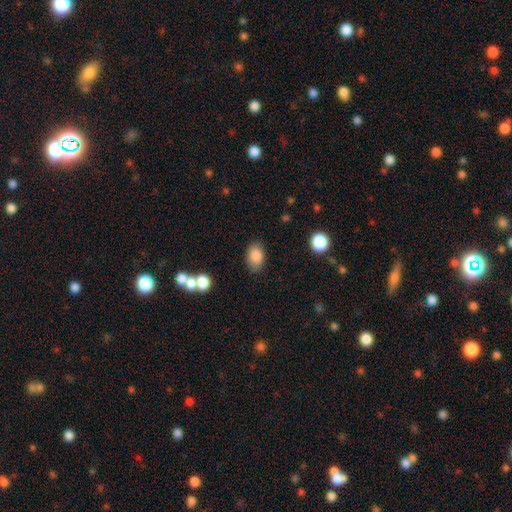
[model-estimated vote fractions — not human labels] smooth 85%, star or artifact 8%, featured or disk 7%. Down the decision tree: how rounded — in between (88%); merging — none (82%).